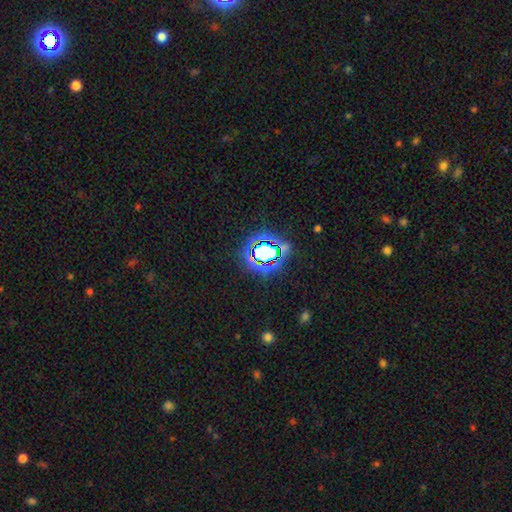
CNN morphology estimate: A star or artifact, not a galaxy (67%).

Vote fractions:
- Smooth or featured? star or artifact: 67% / smooth: 21% / featured or disk: 12%